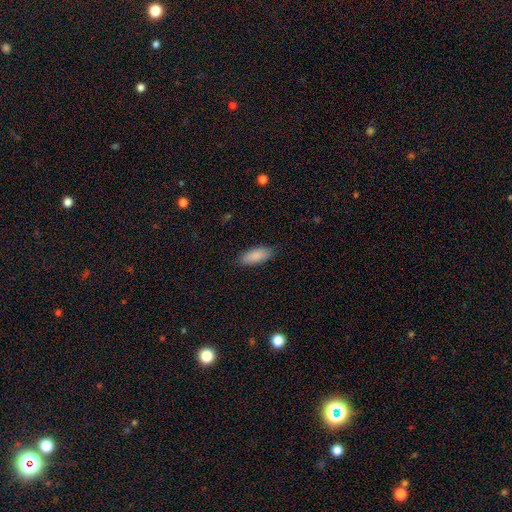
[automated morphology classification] This is clearly a smooth galaxy (89%). How rounded: likely in between (79%). Merging: clearly none (88%).